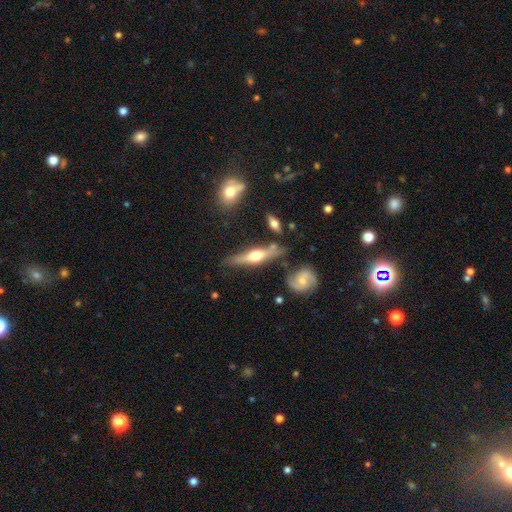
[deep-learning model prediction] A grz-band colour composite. It shows a featured or disk galaxy (63%) viewed edge-on (92%) with a rounded central bulge (89%). Merging: none (71%).